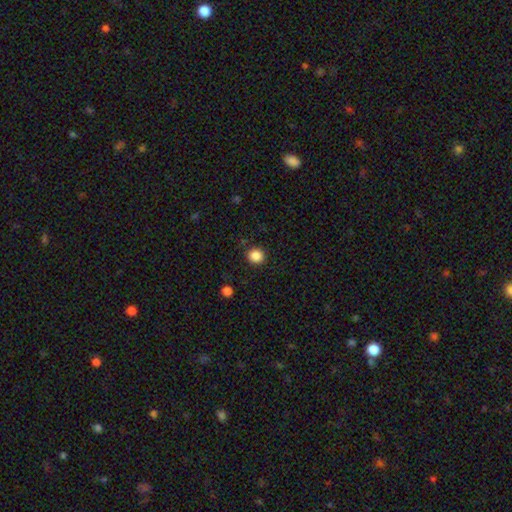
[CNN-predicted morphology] smooth 87%, star or artifact 10%, featured or disk 3%. Down the decision tree: how rounded — round (86%); merging — none (90%).